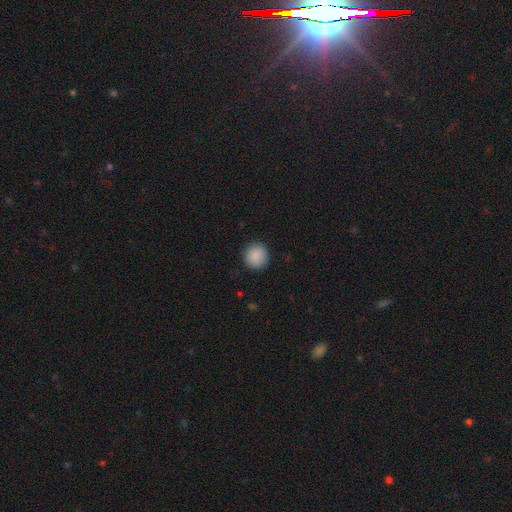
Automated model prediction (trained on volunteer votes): Smooth or featured?
  - smooth: 89% *
  - star or artifact: 8%
  - featured or disk: 4%
How rounded?
  - round: 94% *
  - in between: 5%
  - cigar-shaped: 1%
Merging?
  - none: 91% *
  - minor disturbance: 6%
  - major disturbance: 2%
  - merger: 1%